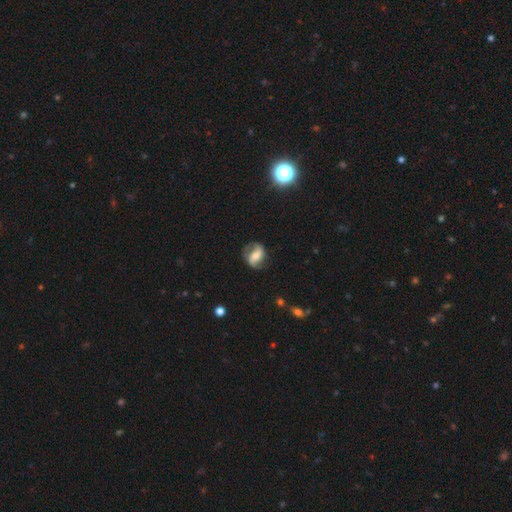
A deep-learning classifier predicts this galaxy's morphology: featured or disk 74%, smooth 20%, star or artifact 7%. Down the decision tree: edge-on disk — no (96%); bar — weak (36%); spiral arms — yes (90%); spiral arm count — 2 (89%); spiral winding — medium (42%); bulge size — moderate (55%); merging — none (74%).